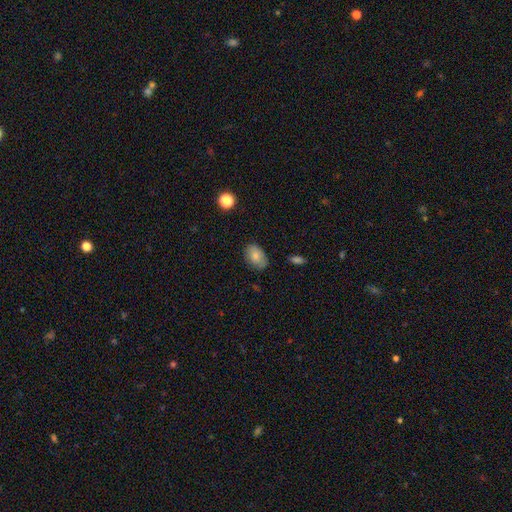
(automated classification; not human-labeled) Smooth or featured: smooth — 81% (featured or disk — 11%)
How rounded: in between — 86% (round — 13%)
Merging: none — 77% (minor disturbance — 18%)